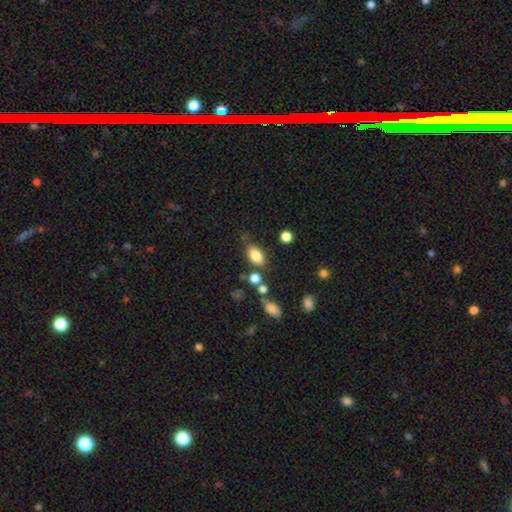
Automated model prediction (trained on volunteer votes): Smooth or featured?
  - smooth: 82% *
  - star or artifact: 9%
  - featured or disk: 8%
How rounded?
  - in between: 87% *
  - round: 10%
  - cigar-shaped: 3%
Merging?
  - none: 72% *
  - minor disturbance: 15%
  - merger: 8%
  - major disturbance: 5%